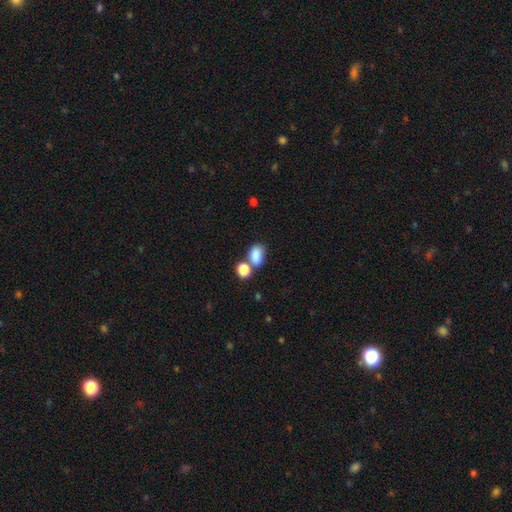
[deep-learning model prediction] Morphology: type=smooth (85%); roundness=in between (82%); merging=none (43%).